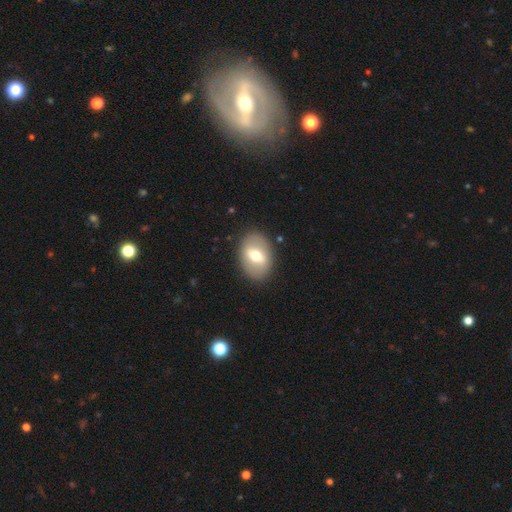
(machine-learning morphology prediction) Smooth or featured? Predicted: smooth (p=0.54). How rounded? Predicted: in between (p=0.78). Merging? Predicted: none (p=0.86).